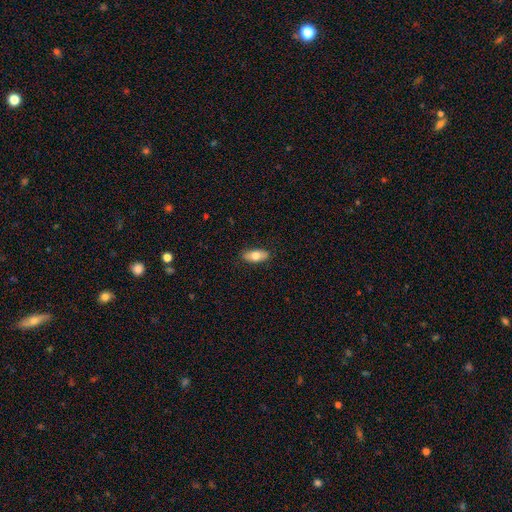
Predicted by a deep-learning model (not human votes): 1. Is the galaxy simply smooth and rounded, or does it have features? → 74% smooth, 20% featured or disk, 6% star or artifact.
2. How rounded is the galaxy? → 85% in between, 12% cigar-shaped, 3% round.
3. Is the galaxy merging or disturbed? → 88% none, 9% minor disturbance, 2% major disturbance, 1% merger.